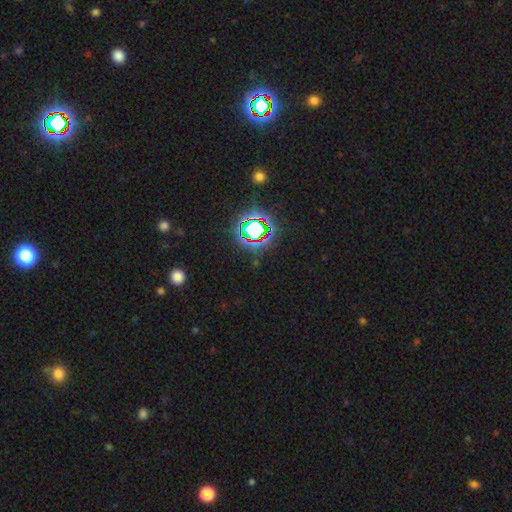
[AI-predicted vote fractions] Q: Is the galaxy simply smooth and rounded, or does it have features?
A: star or artifact — 79%.